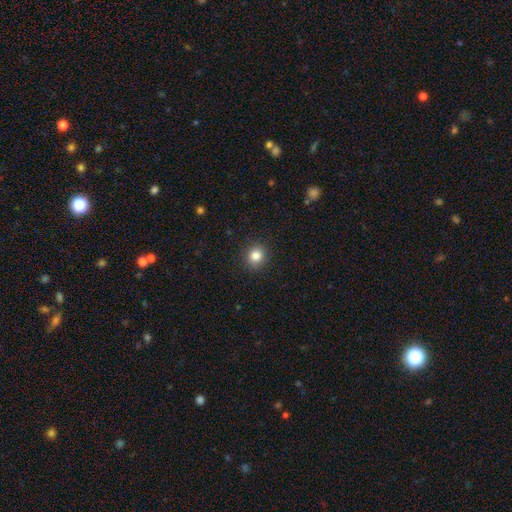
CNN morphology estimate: smooth_or_featured: smooth (p=0.83) [alt: star or artifact p=0.11]
how_rounded: round (p=0.87) [alt: in between p=0.13]
merging: none (p=0.91) [alt: minor disturbance p=0.06]